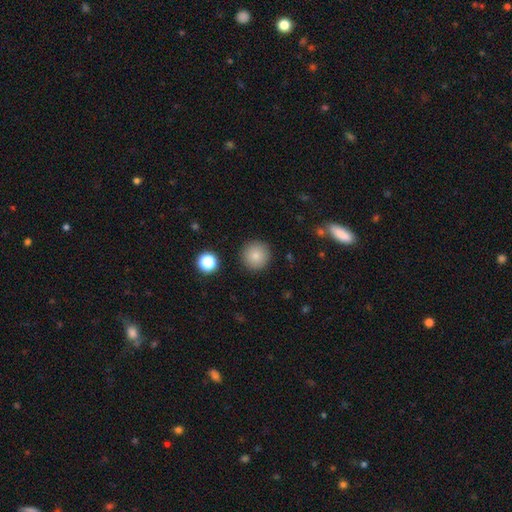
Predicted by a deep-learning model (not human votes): Smooth or featured? Predicted: smooth (p=0.82). How rounded? Predicted: round (p=0.96). Merging? Predicted: none (p=0.90).